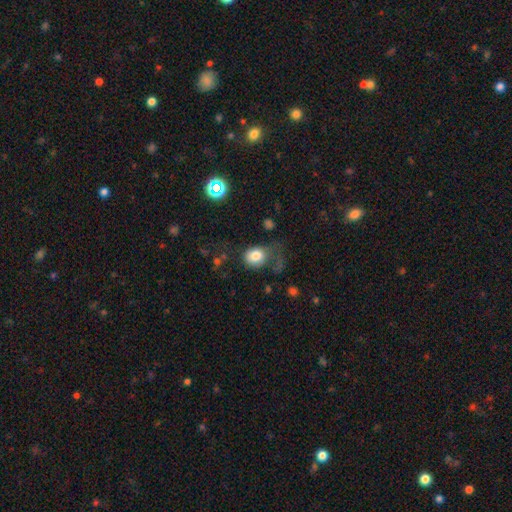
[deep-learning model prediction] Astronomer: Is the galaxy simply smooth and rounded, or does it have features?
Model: smooth — 79%.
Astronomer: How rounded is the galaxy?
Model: in between — 50% (runner-up: round, 49%).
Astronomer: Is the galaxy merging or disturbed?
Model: none — 36% (runner-up: major disturbance, 35%).